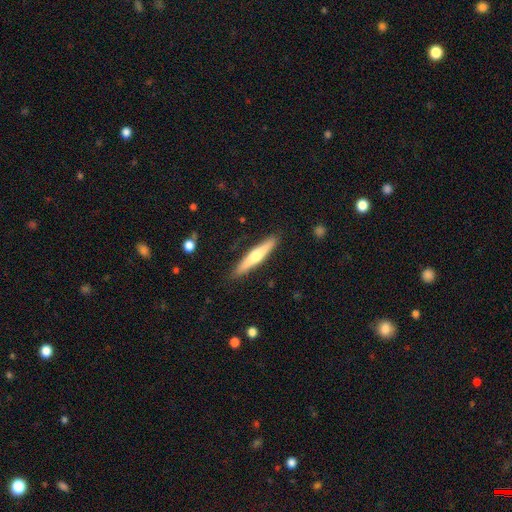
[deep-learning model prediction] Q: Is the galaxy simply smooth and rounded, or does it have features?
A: featured or disk — 47%, tied with smooth.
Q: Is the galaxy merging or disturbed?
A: none — 88%.